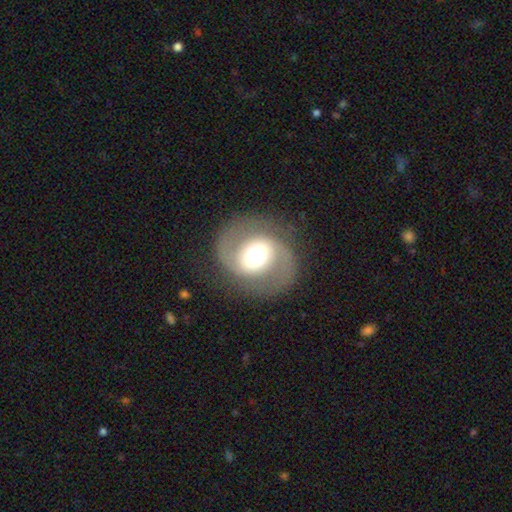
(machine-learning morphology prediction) smooth-or-featured: featured or disk: 76% | smooth: 16% | star or artifact: 7%
  disk-edge-on: no: 98% | yes: 2%
    bar: no: 55% | weak: 30% | strong: 14%
    has-spiral-arms: yes: 87% | no: 13%
      spiral-winding: medium: 52% | tight: 24% | loose: 24%
      spiral-arm-count: 2: 92% | can't tell: 3% | 1: 2% | 3: 1% | 4: 1% | more than 4: 1%
    bulge-size: large: 41% | moderate: 40% | dominant: 14% | small: 4% | none: 1%
  merging: none: 80% | minor disturbance: 11% | major disturbance: 8% | merger: 1%